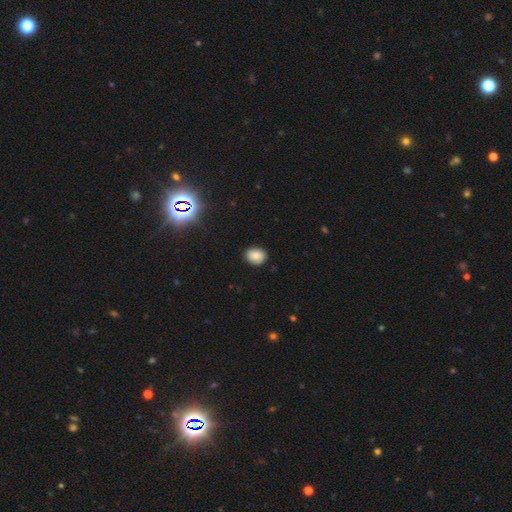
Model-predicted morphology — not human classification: The model was most divided on "how rounded": round: 58%, in between: 41%, cigar-shaped: 1%. More confident: merging — none (86%); smooth or featured — smooth (82%).